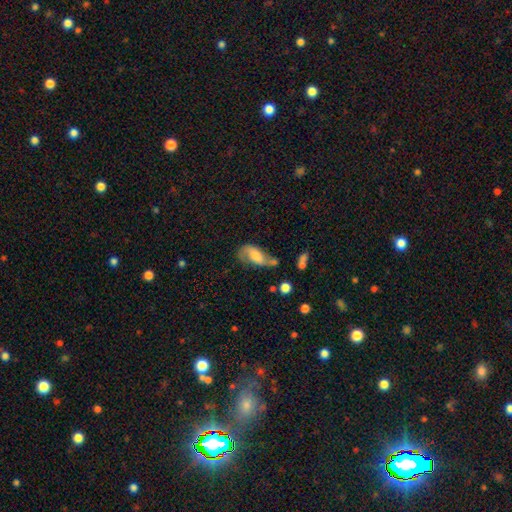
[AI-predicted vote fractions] featured or disk 47%, smooth 44%, star or artifact 9%. Down the decision tree: merging — none (37%).